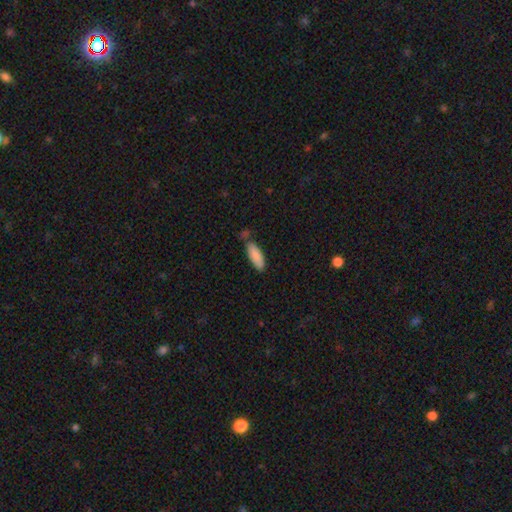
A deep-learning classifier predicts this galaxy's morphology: smooth-or-featured: smooth: 87% | featured or disk: 8% | star or artifact: 6%
  how-rounded: in between: 68% | cigar-shaped: 31% | round: 2%
  merging: none: 66% | minor disturbance: 20% | merger: 10% | major disturbance: 4%